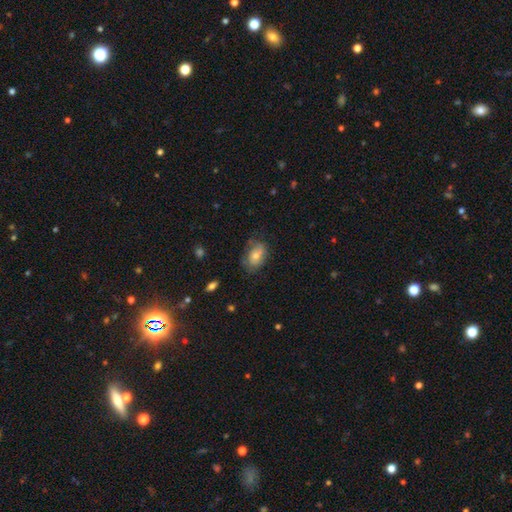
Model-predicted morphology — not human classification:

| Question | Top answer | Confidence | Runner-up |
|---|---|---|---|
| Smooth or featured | smooth | 66% | featured or disk (26%) |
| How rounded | in between | 84% | round (14%) |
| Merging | none | 58% | minor disturbance (28%) |